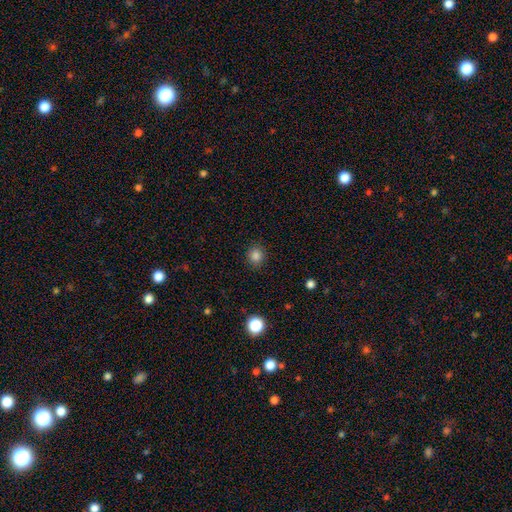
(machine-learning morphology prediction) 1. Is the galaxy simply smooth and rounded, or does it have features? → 84% smooth, 12% star or artifact, 4% featured or disk.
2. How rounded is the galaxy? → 87% round, 12% in between, 1% cigar-shaped.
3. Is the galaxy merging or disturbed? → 90% none, 7% minor disturbance, 2% major disturbance, 1% merger.